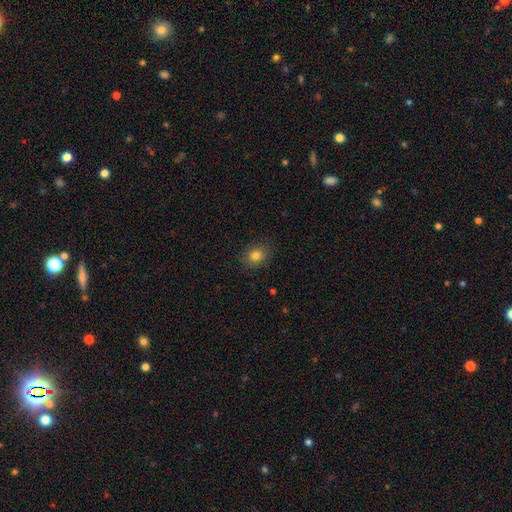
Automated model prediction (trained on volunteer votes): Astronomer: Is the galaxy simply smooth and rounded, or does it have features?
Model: smooth — 81%.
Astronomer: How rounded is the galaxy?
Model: round — 55% (runner-up: in between, 44%).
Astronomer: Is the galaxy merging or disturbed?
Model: none — 86%.